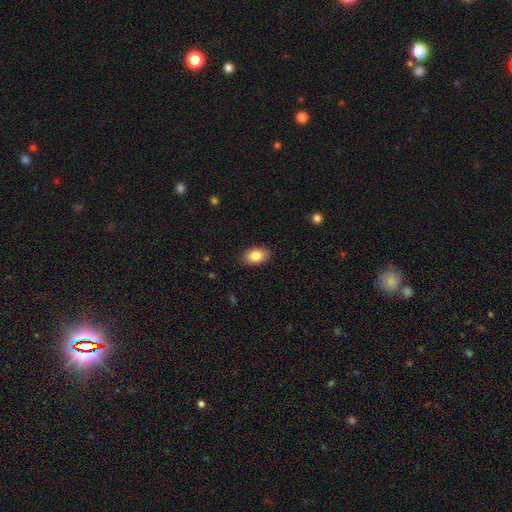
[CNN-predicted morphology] A smooth galaxy with no disk features (86%) that is in between round and cigar-shaped (91%).

Vote fractions:
- Smooth or featured? smooth: 86% / star or artifact: 7% / featured or disk: 7%
- How rounded? in between: 91% / round: 8% / cigar-shaped: 1%
- Merging? none: 88% / minor disturbance: 9% / major disturbance: 2% / merger: 1%